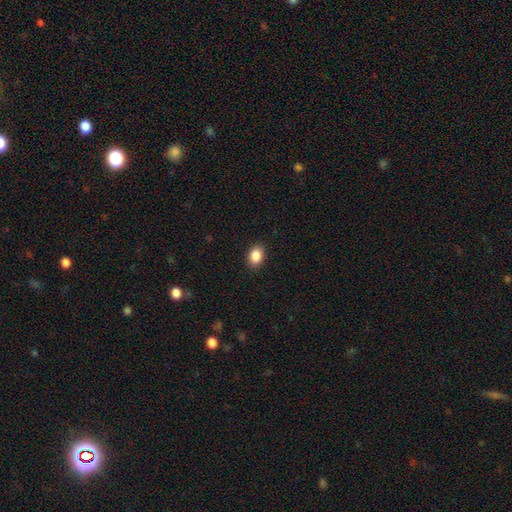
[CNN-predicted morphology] type=smooth (88%); roundness=in between (81%); merging=none (89%).